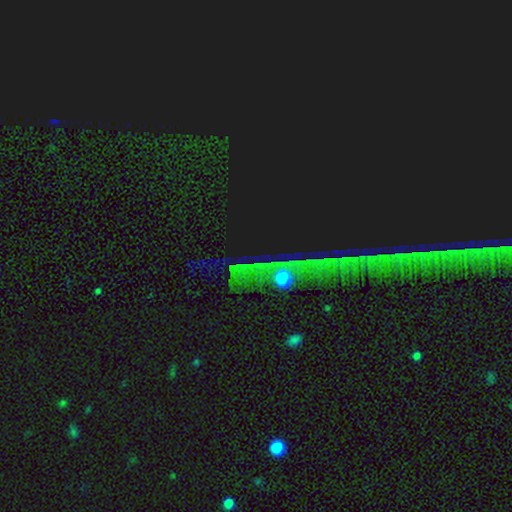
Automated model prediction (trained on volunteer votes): star or artifact 72%, featured or disk 15%, smooth 12%.